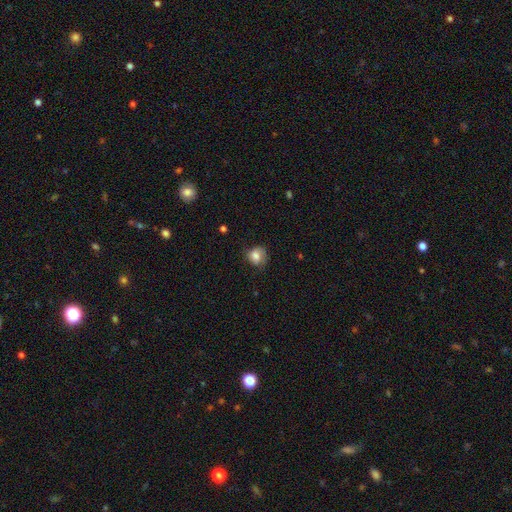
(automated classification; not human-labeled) smooth-or-featured: smooth: 77% | featured or disk: 14% | star or artifact: 9%
  how-rounded: round: 70% | in between: 29% | cigar-shaped: 1%
  merging: none: 57% | minor disturbance: 29% | major disturbance: 12% | merger: 1%